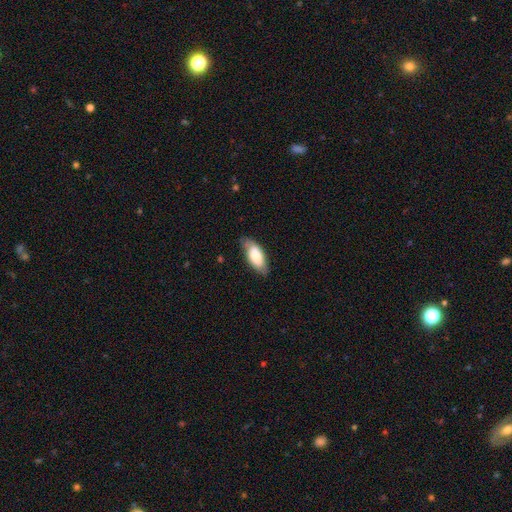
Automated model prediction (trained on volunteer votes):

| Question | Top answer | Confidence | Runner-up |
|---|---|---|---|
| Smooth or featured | smooth | 75% | featured or disk (19%) |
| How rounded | in between | 84% | cigar-shaped (14%) |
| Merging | none | 74% | minor disturbance (21%) |